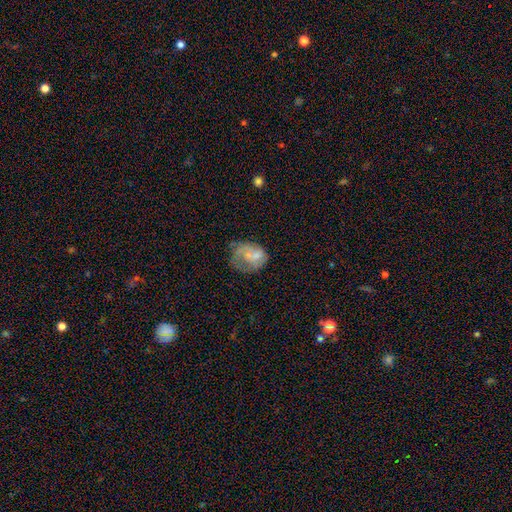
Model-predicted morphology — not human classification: smooth-or-featured: smooth: 40% | featured or disk: 39% | star or artifact: 20%
  merging: none: 48% | minor disturbance: 26% | major disturbance: 23% | merger: 3%